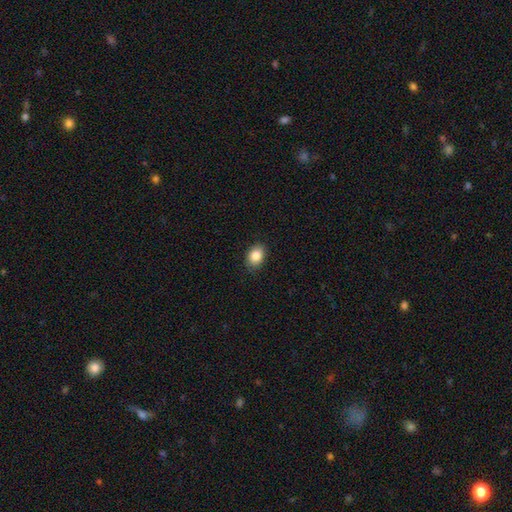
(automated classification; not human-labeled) This appears to be a smooth galaxy with no disk features (86%) that is in between round and cigar-shaped (75%). Merging: none (87%).